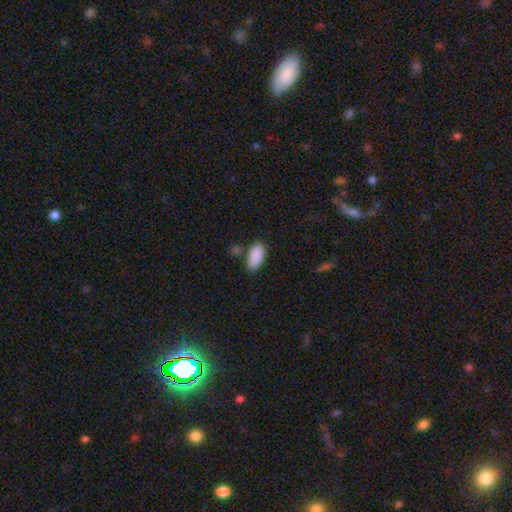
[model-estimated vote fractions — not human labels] Smooth or featured?
  - smooth: 90% *
  - star or artifact: 7%
  - featured or disk: 4%
How rounded?
  - in between: 92% *
  - cigar-shaped: 6%
  - round: 2%
Merging?
  - none: 74% *
  - minor disturbance: 15%
  - merger: 8%
  - major disturbance: 4%